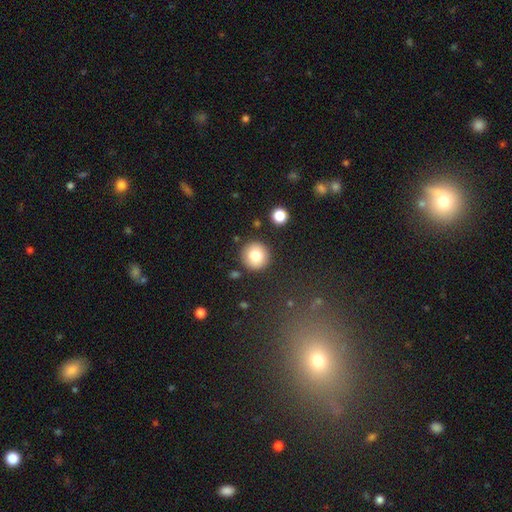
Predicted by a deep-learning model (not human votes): A smooth galaxy with no disk features (81%) that is round (95%).

Vote fractions:
- Smooth or featured? smooth: 81% / star or artifact: 10% / featured or disk: 10%
- How rounded? round: 95% / in between: 4% / cigar-shaped: 1%
- Merging? none: 88% / minor disturbance: 7% / merger: 3% / major disturbance: 2%